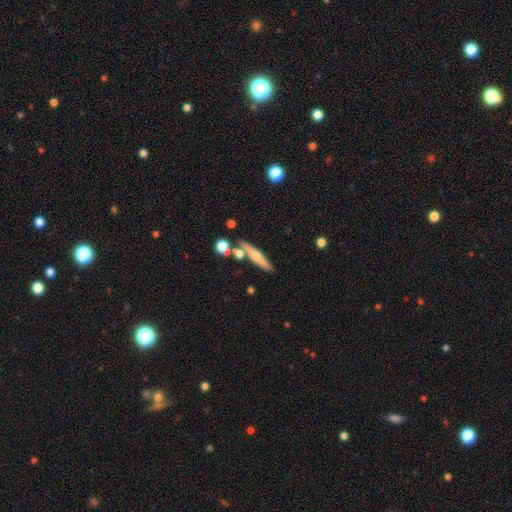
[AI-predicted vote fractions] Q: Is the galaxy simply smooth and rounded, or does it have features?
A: smooth — 55%.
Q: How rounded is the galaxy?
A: cigar-shaped — 83%.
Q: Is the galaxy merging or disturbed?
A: none — 71%.